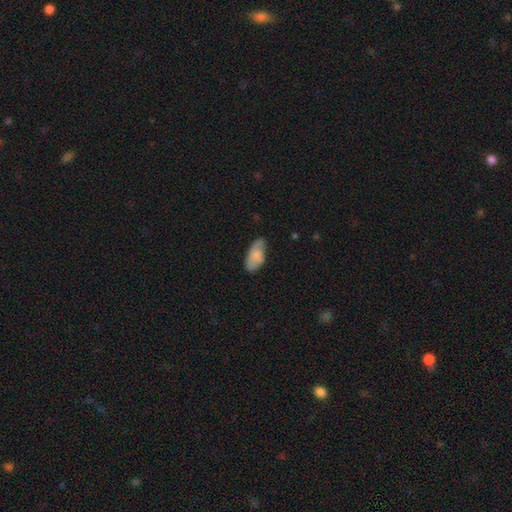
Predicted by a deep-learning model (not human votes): A smooth galaxy with no disk features (78%) that is in between round and cigar-shaped (93%).

Vote fractions:
- Smooth or featured? smooth: 78% / featured or disk: 16% / star or artifact: 6%
- How rounded? in between: 93% / cigar-shaped: 5% / round: 2%
- Merging? none: 66% / minor disturbance: 28% / major disturbance: 5% / merger: 2%